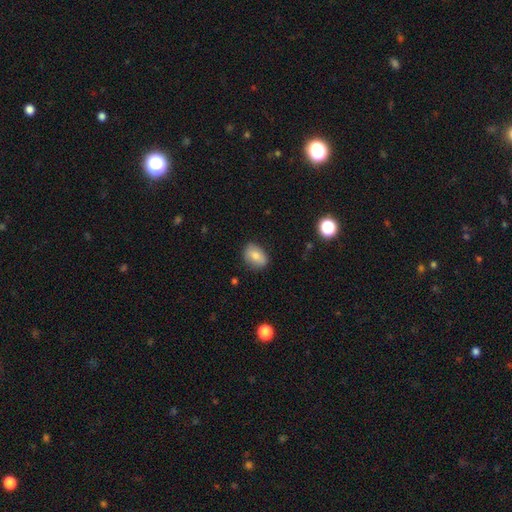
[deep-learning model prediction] Overall: smooth (78%). How rounded: in between (72%). Merging: none (79%).